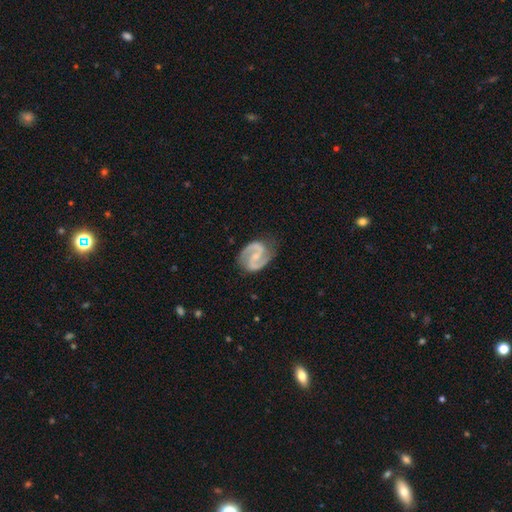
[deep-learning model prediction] smooth_or_featured: featured or disk (p=0.92) [alt: smooth p=0.04]
disk_edge_on: no (p=0.98) [alt: yes p=0.02]
bar: weak (p=0.47) [alt: no p=0.33]
has_spiral_arms: yes (p=0.98) [alt: no p=0.02]
spiral_winding: medium (p=0.61) [alt: tight p=0.24]
spiral_arm_count: 2 (p=0.94) [alt: can't tell p=0.02]
bulge_size: small (p=0.49) [alt: moderate p=0.25]
merging: none (p=0.80) [alt: minor disturbance p=0.14]